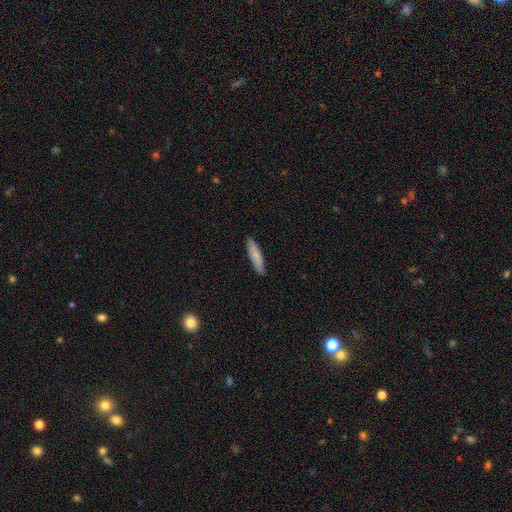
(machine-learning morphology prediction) smooth 81%, featured or disk 13%, star or artifact 6%. Down the decision tree: how rounded — cigar-shaped (85%); merging — none (89%).